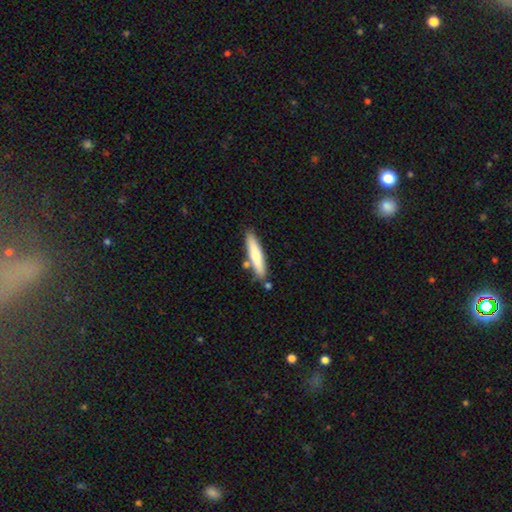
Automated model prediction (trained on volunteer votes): The model was most divided on "smooth or featured": smooth: 67%, featured or disk: 27%, star or artifact: 5%. More confident: how rounded — cigar-shaped (84%); merging — none (77%).